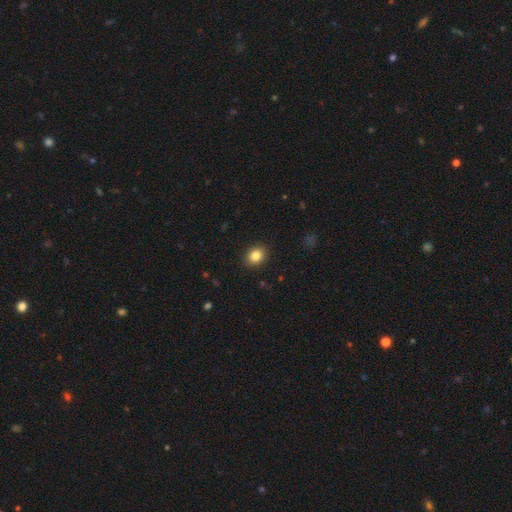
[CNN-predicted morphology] Smooth or featured? smooth (85%)
How rounded? in between (53%)
Merging? none (89%)